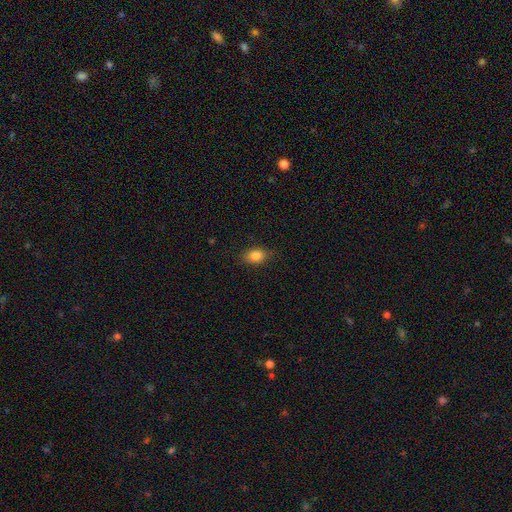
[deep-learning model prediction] Overall: smooth (84%). How rounded: in between (79%). Merging: none (84%).